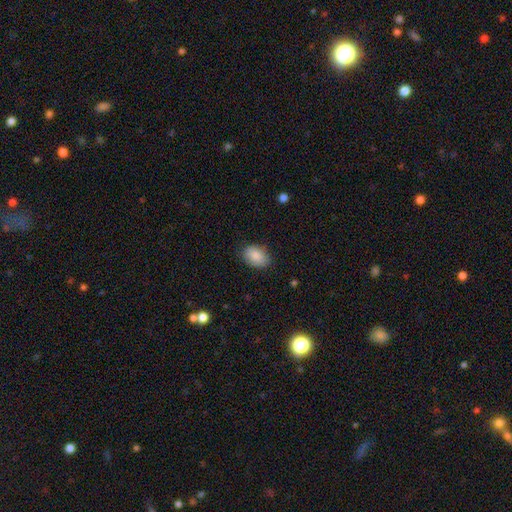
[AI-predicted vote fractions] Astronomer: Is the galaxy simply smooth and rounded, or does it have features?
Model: smooth — 87%.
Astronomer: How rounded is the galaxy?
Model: in between — 83%.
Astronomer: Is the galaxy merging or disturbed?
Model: none — 81%.